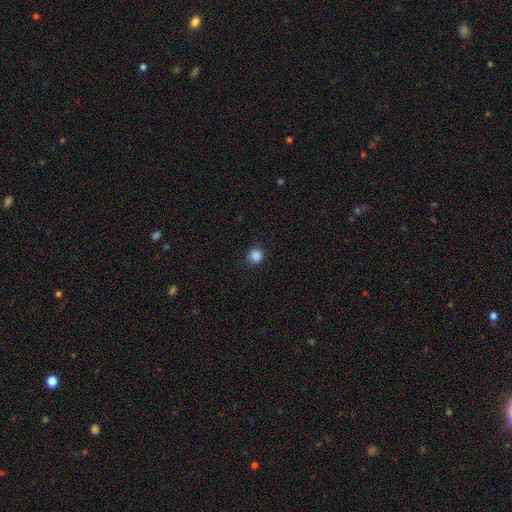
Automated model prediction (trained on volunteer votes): smooth 86%, star or artifact 11%, featured or disk 3%. Down the decision tree: how rounded — round (89%); merging — none (88%).